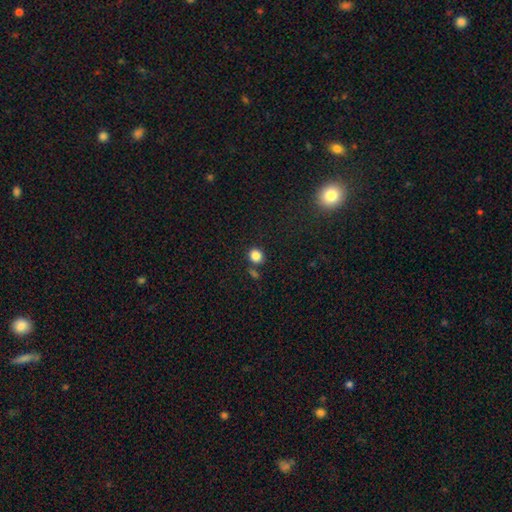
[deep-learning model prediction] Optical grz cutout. It shows a smooth galaxy with no disk features (85%) that is round (75%). Merging: none (76%).